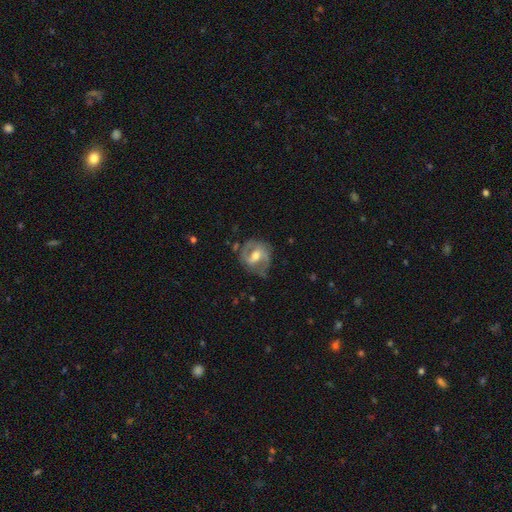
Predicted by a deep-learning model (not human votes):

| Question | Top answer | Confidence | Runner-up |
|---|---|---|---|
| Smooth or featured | featured or disk | 78% | smooth (16%) |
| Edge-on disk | no | 97% | yes (3%) |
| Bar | weak | 50% | strong (29%) |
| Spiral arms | yes | 89% | no (11%) |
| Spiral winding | medium | 52% | tight (25%) |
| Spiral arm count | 2 | 84% | can't tell (7%) |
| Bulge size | moderate | 69% | small (21%) |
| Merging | none | 66% | minor disturbance (22%) |